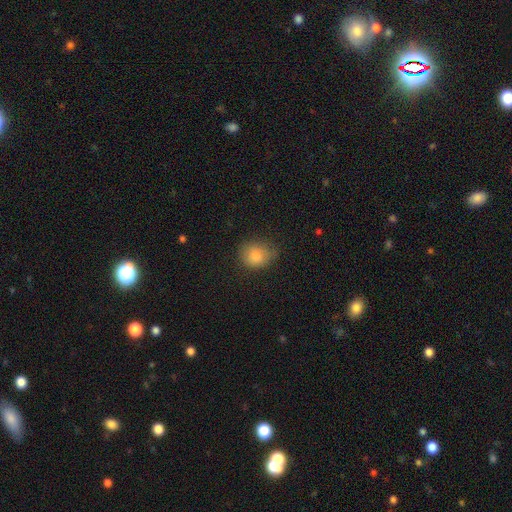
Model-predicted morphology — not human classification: Smooth or featured? smooth (81%)
How rounded? round (68%)
Merging? none (69%)